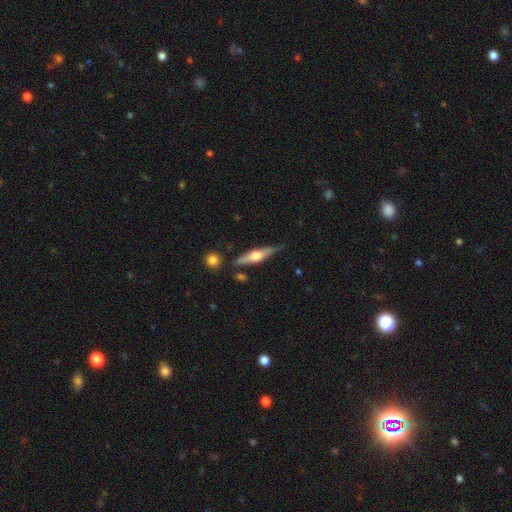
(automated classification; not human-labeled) The model was most divided on "smooth or featured": featured or disk: 60%, smooth: 34%, star or artifact: 5%. More confident: edge-on disk — yes (93%); edge-on bulge — rounded (89%); merging — none (71%).